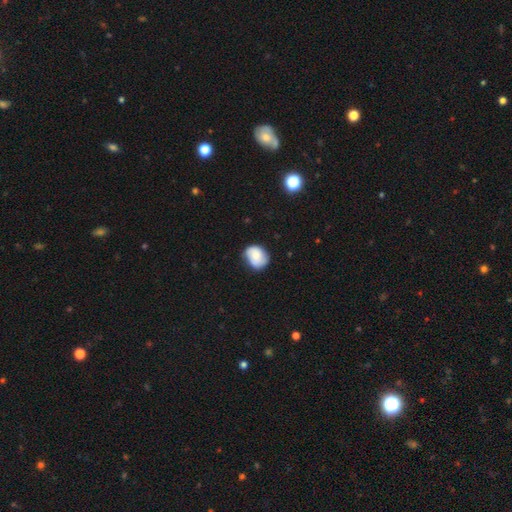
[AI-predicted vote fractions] The model was most divided on "how rounded": round: 52%, in between: 47%, cigar-shaped: 1%. More confident: smooth or featured — smooth (68%); merging — none (66%).